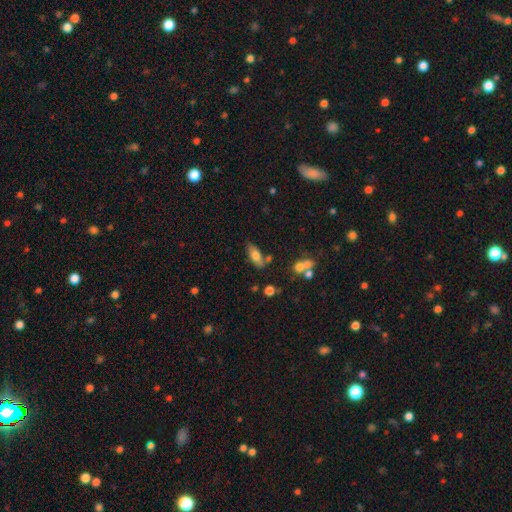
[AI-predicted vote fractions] Smooth or featured? smooth (72%)
How rounded? in between (76%)
Merging? none (65%)